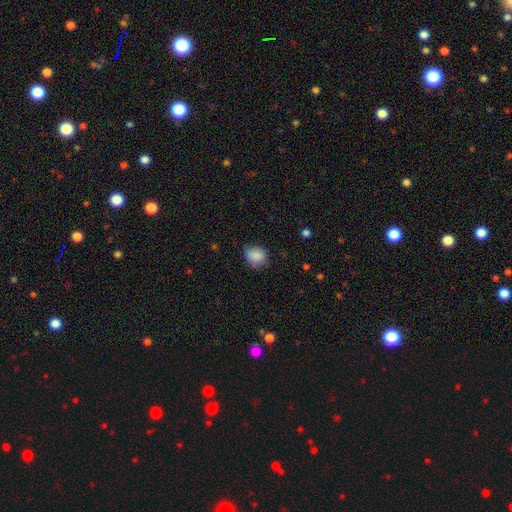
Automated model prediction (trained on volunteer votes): Morphology: type=smooth (86%); roundness=round (61%); merging=none (68%).